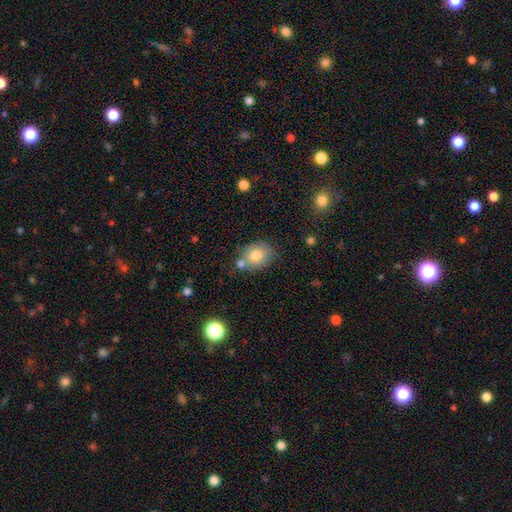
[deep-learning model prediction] Smooth or featured? smooth (77%)
How rounded? round (53%)
Merging? none (59%)